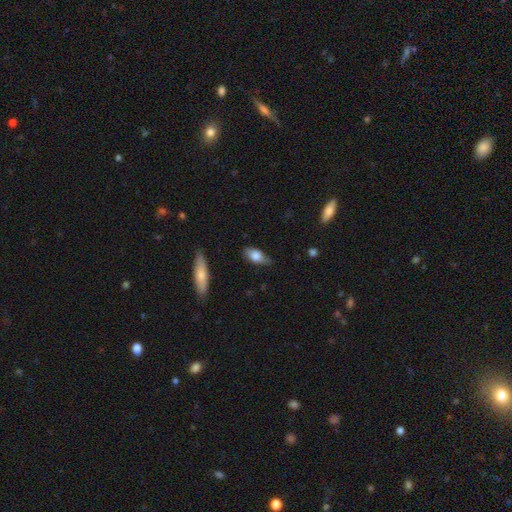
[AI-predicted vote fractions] This is likely a smooth galaxy (75%). How rounded: clearly in between (83%). Merging: likely none (73%).